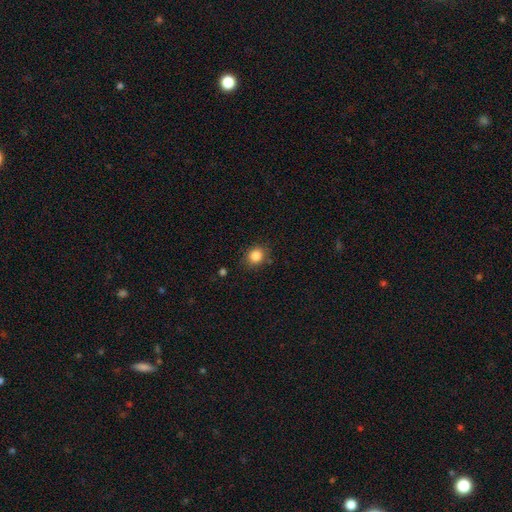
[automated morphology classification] Smooth or featured?
  - smooth: 85% *
  - star or artifact: 10%
  - featured or disk: 5%
How rounded?
  - round: 68% *
  - in between: 31%
  - cigar-shaped: 1%
Merging?
  - none: 82% *
  - minor disturbance: 13%
  - major disturbance: 3%
  - merger: 2%